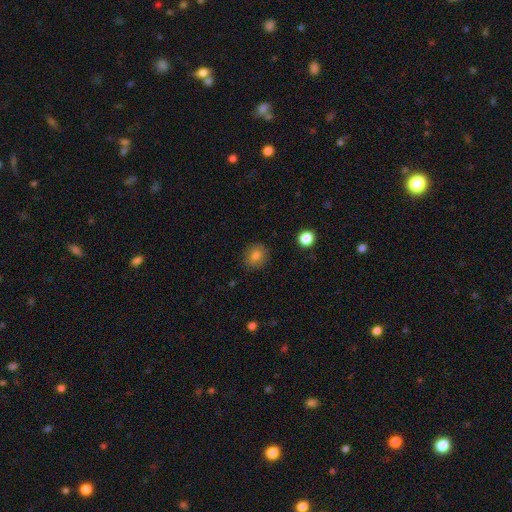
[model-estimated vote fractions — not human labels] smooth 81%, star or artifact 10%, featured or disk 9%. Down the decision tree: how rounded — round (74%); merging — none (86%).